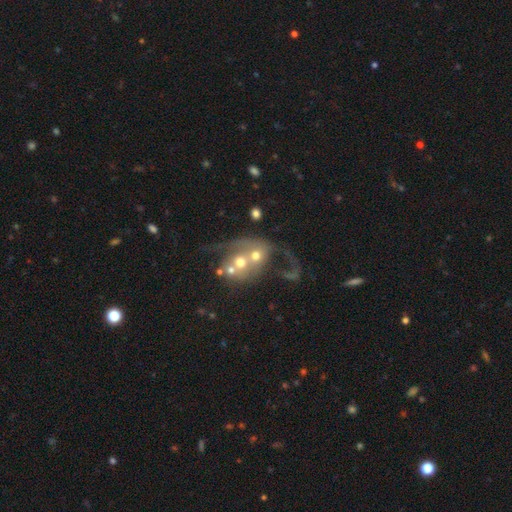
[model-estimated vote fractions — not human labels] The model was most divided on "spiral arms": yes: 56%, no: 44%. More confident: edge-on disk — no (96%); bar — no (75%); merging — merger (64%); smooth or featured — featured or disk (61%); bulge size — moderate (53%).